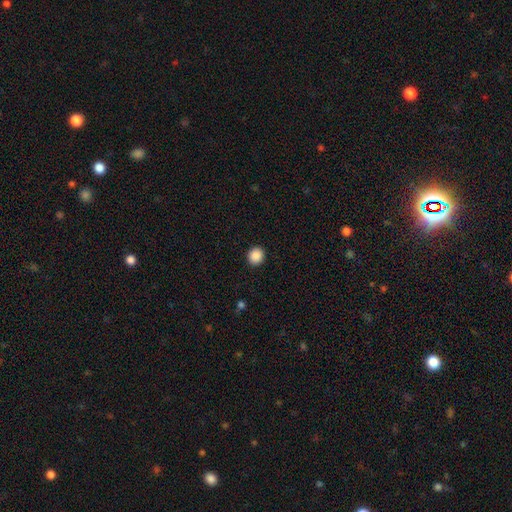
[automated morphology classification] Q: Smooth or featured?
A: smooth (88%); runner-up: star or artifact (9%)
Q: How rounded?
A: round (87%); runner-up: in between (12%)
Q: Merging?
A: none (92%); runner-up: minor disturbance (5%)